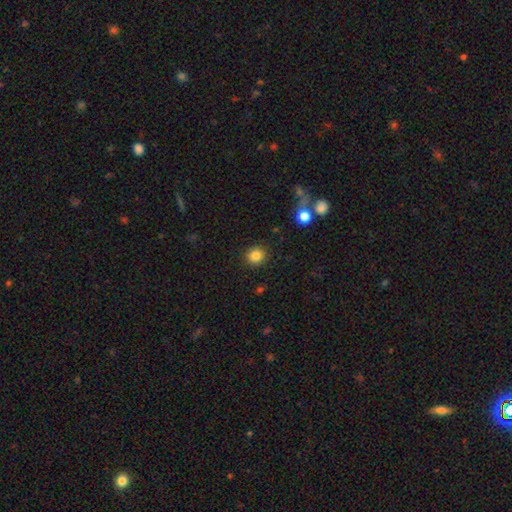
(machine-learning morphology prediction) type=smooth (84%); roundness=round (89%); merging=none (91%).